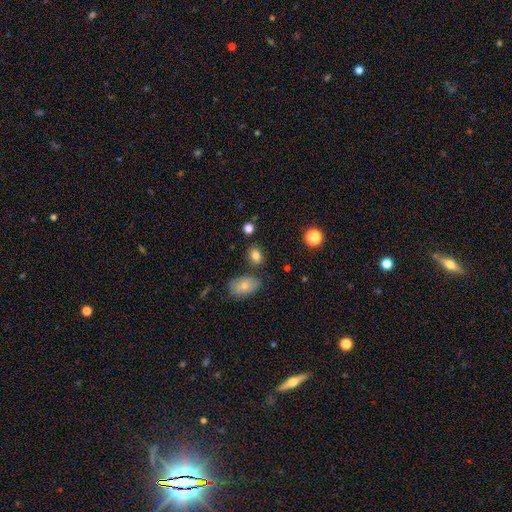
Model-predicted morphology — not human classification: Overall: smooth (81%). How rounded: in between (69%; round 30%). Merging: none (77%).